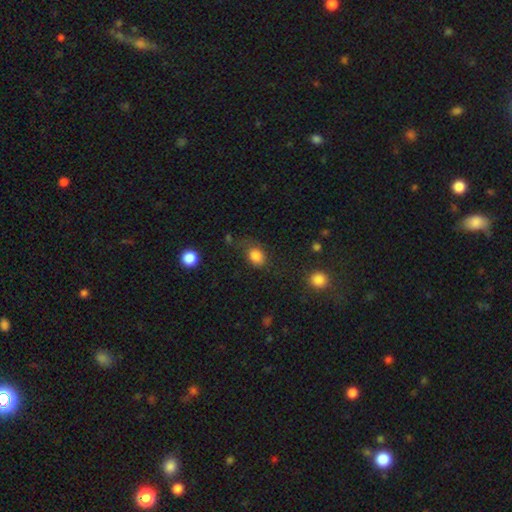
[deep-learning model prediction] Smooth or featured? smooth (84%)
How rounded? in between (65%)
Merging? none (60%)